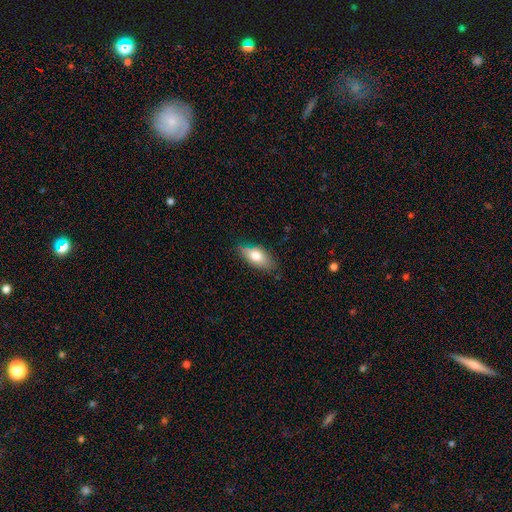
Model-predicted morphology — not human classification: Smooth or featured? Predicted: smooth (p=0.73). How rounded? Predicted: in between (p=0.85). Merging? Predicted: none (p=0.72).